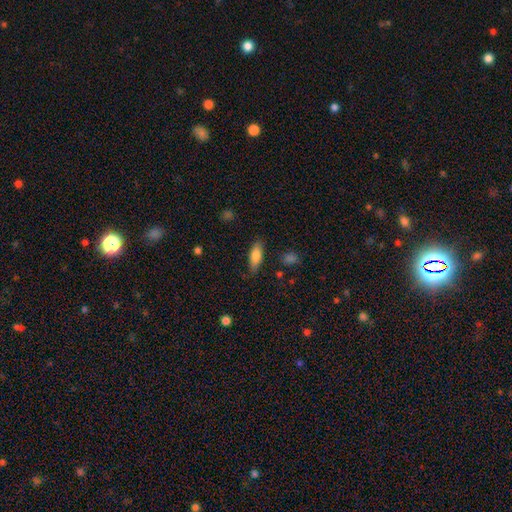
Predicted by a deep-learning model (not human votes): Smooth or featured?
  - smooth: 79% *
  - featured or disk: 14%
  - star or artifact: 7%
How rounded?
  - in between: 68% *
  - cigar-shaped: 29%
  - round: 2%
Merging?
  - none: 81% *
  - minor disturbance: 14%
  - major disturbance: 3%
  - merger: 2%